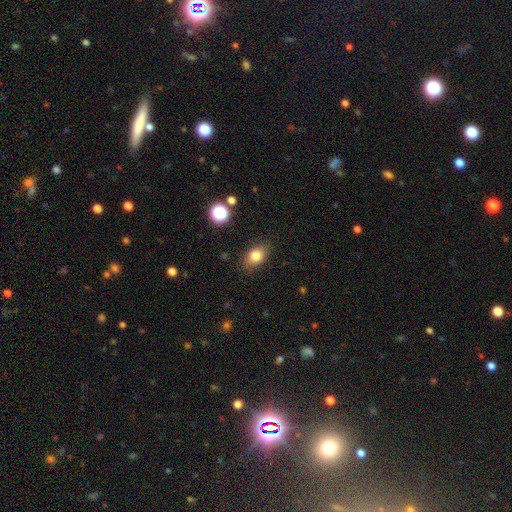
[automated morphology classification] The model was most divided on "how rounded": in between: 76%, round: 23%, cigar-shaped: 2%. More confident: merging — none (83%); smooth or featured — smooth (80%).